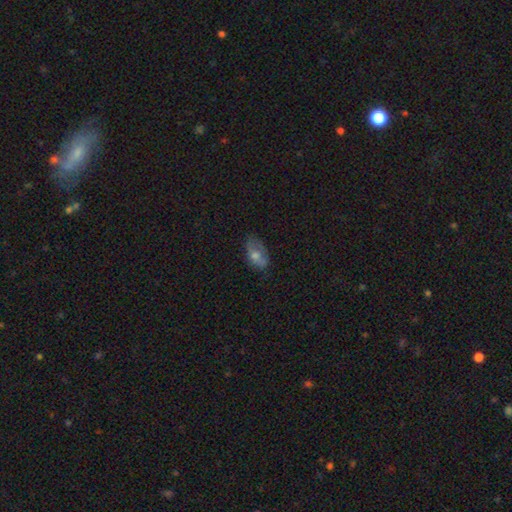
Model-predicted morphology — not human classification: A smooth galaxy with no disk features (60%) that is in between round and cigar-shaped (88%). Merging: none (59%).